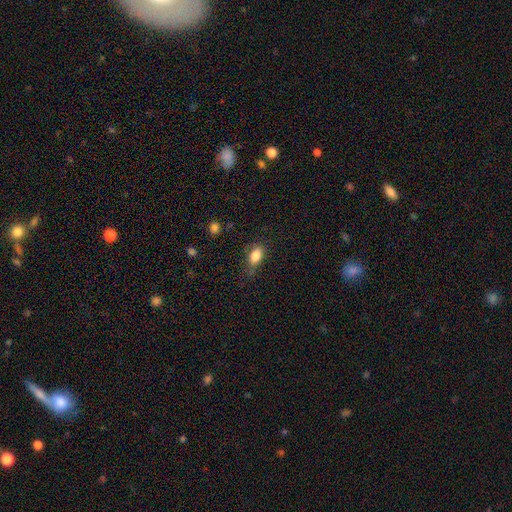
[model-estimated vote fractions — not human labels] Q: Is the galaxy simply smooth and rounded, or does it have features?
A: smooth — 84%.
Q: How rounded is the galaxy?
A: in between — 87%.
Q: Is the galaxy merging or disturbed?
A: none — 64%.